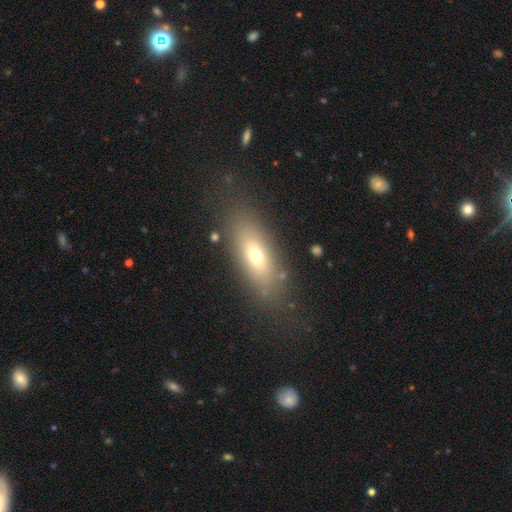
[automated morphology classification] Q: Smooth or featured?
A: smooth (66%); runner-up: featured or disk (23%)
Q: How rounded?
A: in between (71%); runner-up: cigar-shaped (23%)
Q: Merging?
A: none (79%); runner-up: minor disturbance (12%)